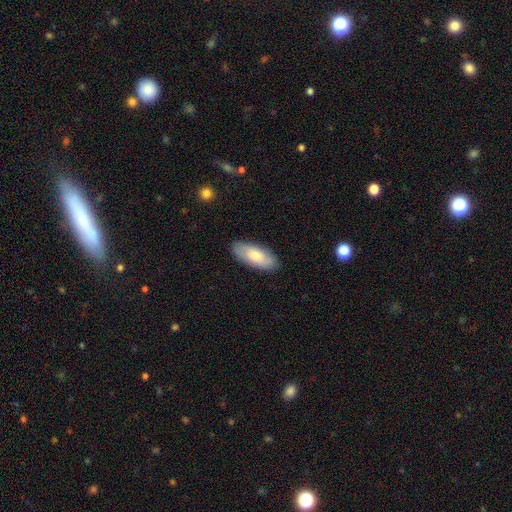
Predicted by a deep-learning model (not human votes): smooth 75%, featured or disk 19%, star or artifact 5%. Down the decision tree: how rounded — in between (84%); merging — none (86%).